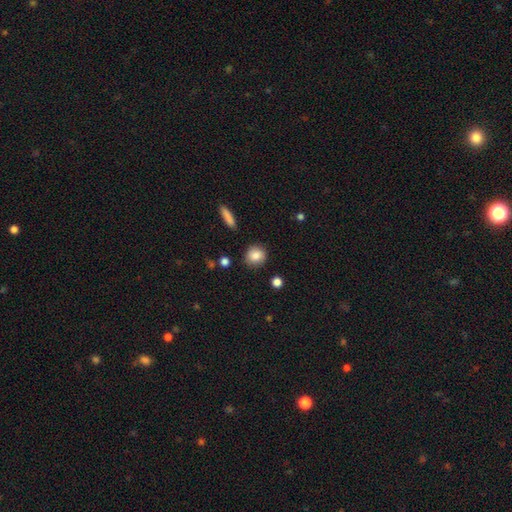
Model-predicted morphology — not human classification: This is clearly a smooth galaxy (85%). How rounded: clearly round (84%). Merging: clearly none (88%).